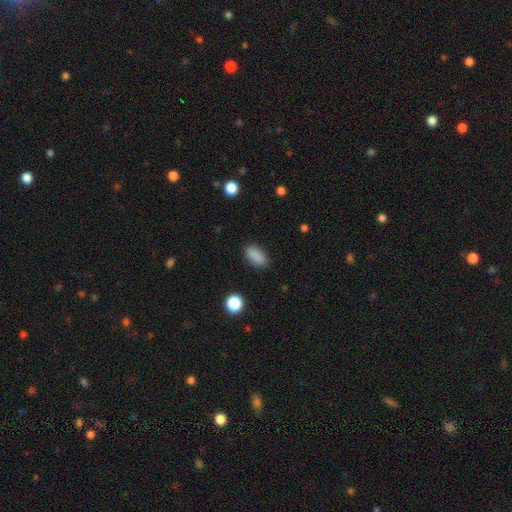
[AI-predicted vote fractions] Smooth or featured? smooth (87%)
How rounded? in between (90%)
Merging? none (87%)